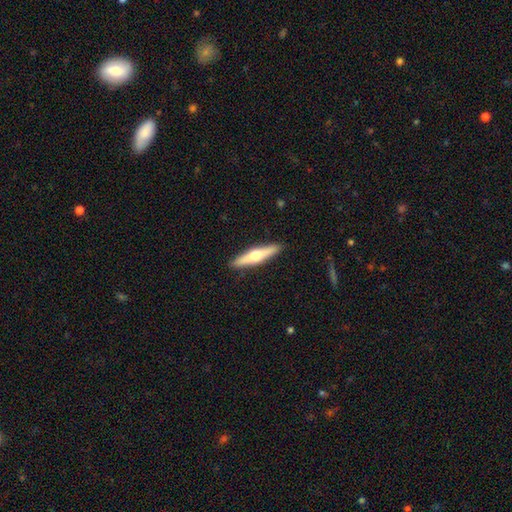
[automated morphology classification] A featured or disk galaxy (53%) viewed edge-on (94%).

Vote fractions:
- Smooth or featured? featured or disk: 53% / smooth: 42% / star or artifact: 5%
- Edge-on disk? yes: 94% / no: 6%
- Merging? none: 91% / minor disturbance: 7% / major disturbance: 1% / merger: 1%